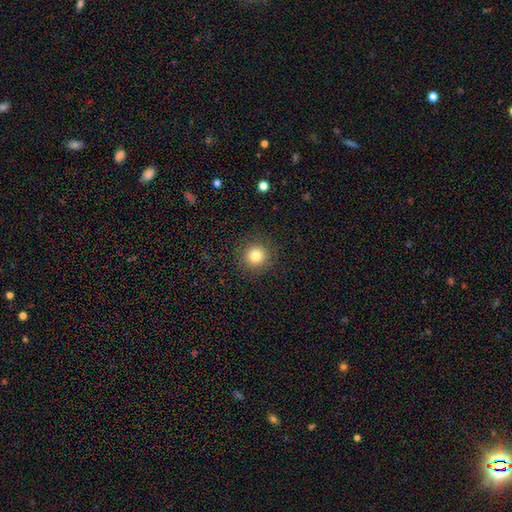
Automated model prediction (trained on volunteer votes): smooth_or_featured: smooth (p=0.81) [alt: star or artifact p=0.11]
how_rounded: round (p=0.94) [alt: in between p=0.05]
merging: none (p=0.90) [alt: minor disturbance p=0.06]